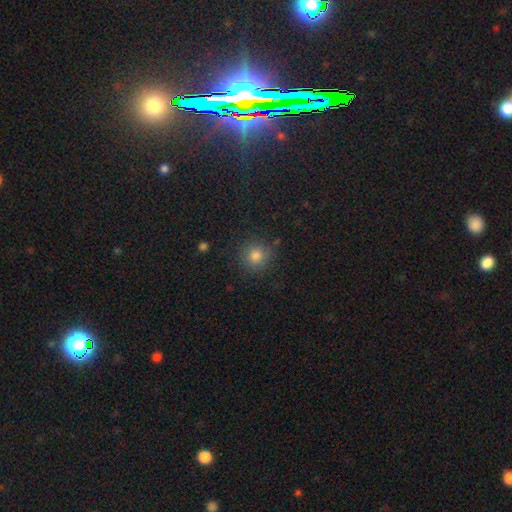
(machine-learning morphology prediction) This appears to be a smooth galaxy with no disk features (81%) that is round (92%). Merging: none (87%).